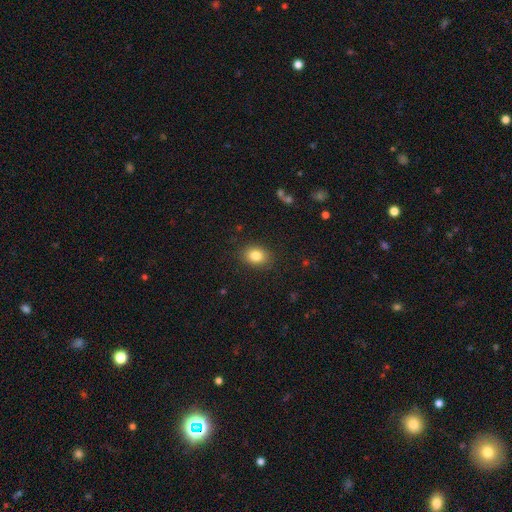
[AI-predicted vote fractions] This appears to be a smooth galaxy with no disk features (83%) that is in between round and cigar-shaped (66%). Merging: none (87%).